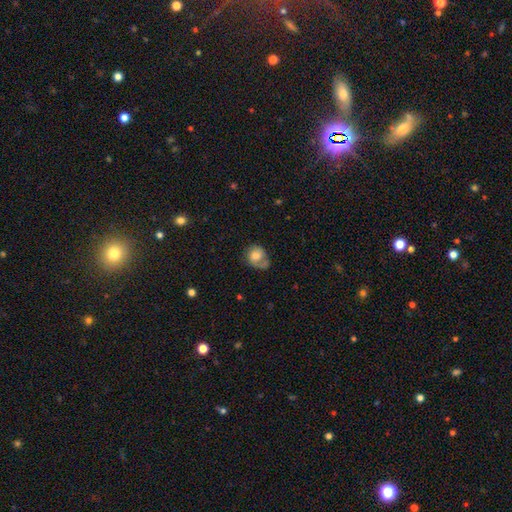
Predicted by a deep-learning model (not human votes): A smooth galaxy with no disk features (59%) that is round (66%). Merging: none (44%).